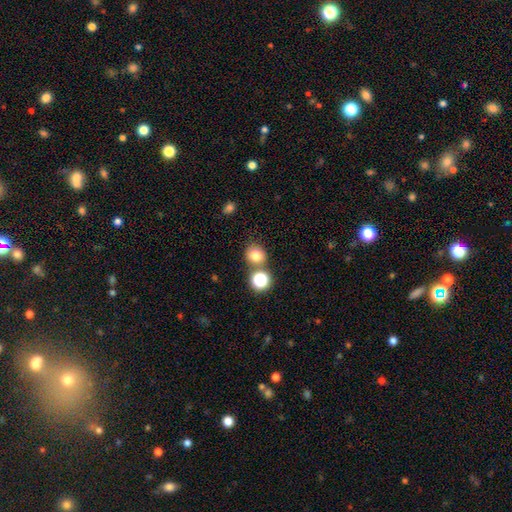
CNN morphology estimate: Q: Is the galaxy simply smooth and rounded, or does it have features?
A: smooth — 78%.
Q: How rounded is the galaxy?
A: round — 82%.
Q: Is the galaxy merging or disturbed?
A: none — 70%.